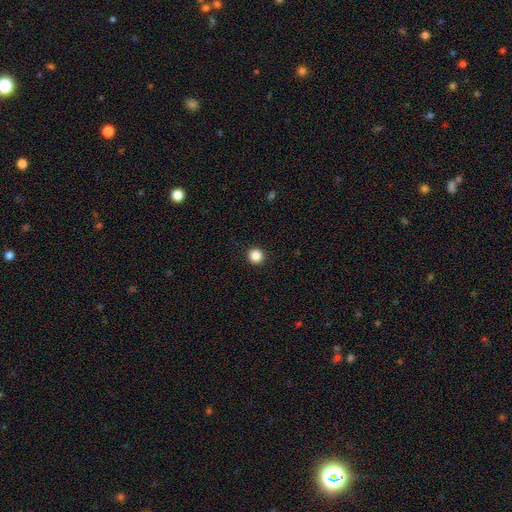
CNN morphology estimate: Smooth or featured? Predicted: smooth (p=0.87). How rounded? Predicted: round (p=0.95). Merging? Predicted: none (p=0.94).